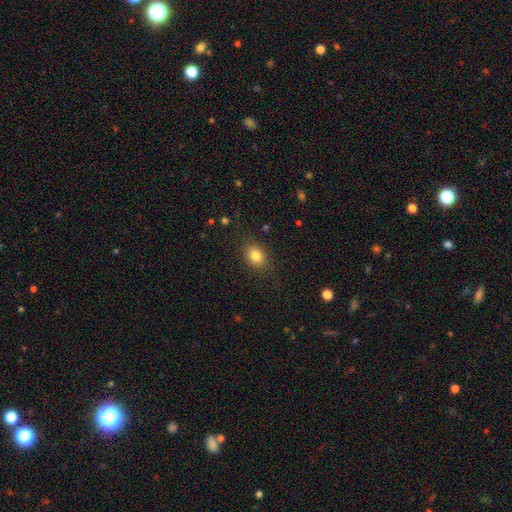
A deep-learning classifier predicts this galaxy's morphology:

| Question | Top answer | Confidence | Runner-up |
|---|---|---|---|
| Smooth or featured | smooth | 83% | star or artifact (11%) |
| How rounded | in between | 50% | round (49%) |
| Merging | none | 84% | minor disturbance (11%) |